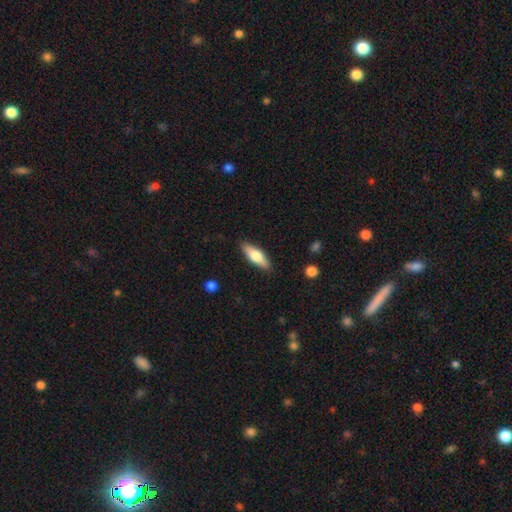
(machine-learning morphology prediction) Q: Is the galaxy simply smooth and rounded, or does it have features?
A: smooth — 64%.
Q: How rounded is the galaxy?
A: in between — 56%.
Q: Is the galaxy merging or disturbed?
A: none — 88%.